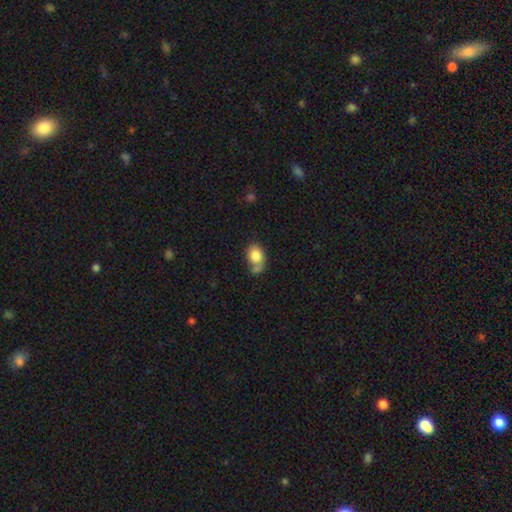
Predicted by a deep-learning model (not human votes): Overall: smooth (82%). How rounded: in between (66%; round 33%). Merging: none (43%; merger 27%).